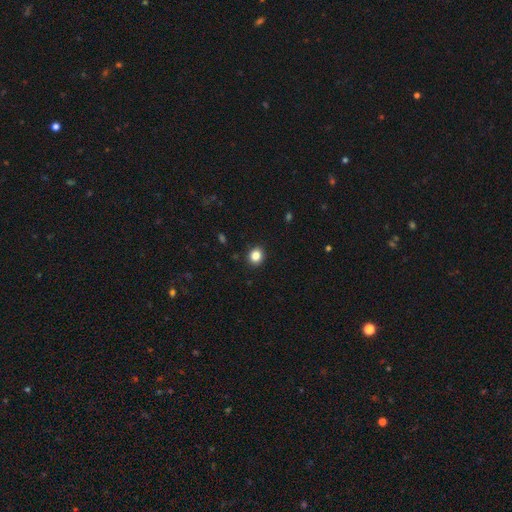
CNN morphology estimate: Q: Smooth or featured?
A: smooth (85%); runner-up: star or artifact (11%)
Q: How rounded?
A: round (74%); runner-up: in between (25%)
Q: Merging?
A: none (91%); runner-up: minor disturbance (6%)